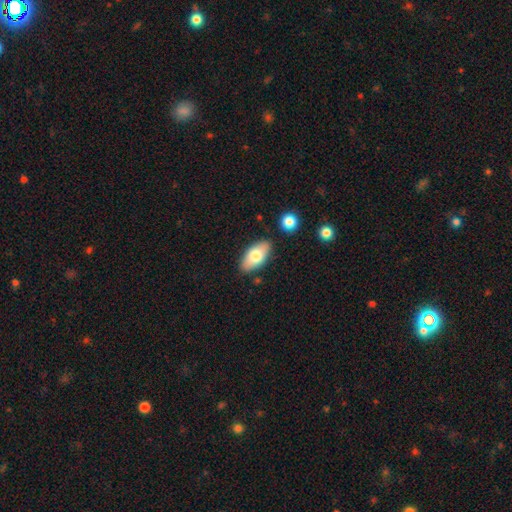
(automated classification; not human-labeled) smooth-or-featured: smooth: 74% | featured or disk: 19% | star or artifact: 6%
  how-rounded: in between: 91% | cigar-shaped: 6% | round: 3%
  merging: none: 83% | minor disturbance: 11% | merger: 3% | major disturbance: 2%